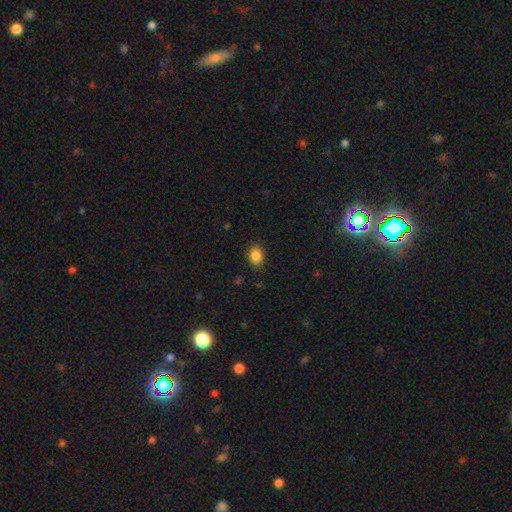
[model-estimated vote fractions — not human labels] Smooth or featured? Predicted: smooth (p=0.86). How rounded? Predicted: in between (p=0.61). Merging? Predicted: none (p=0.88).